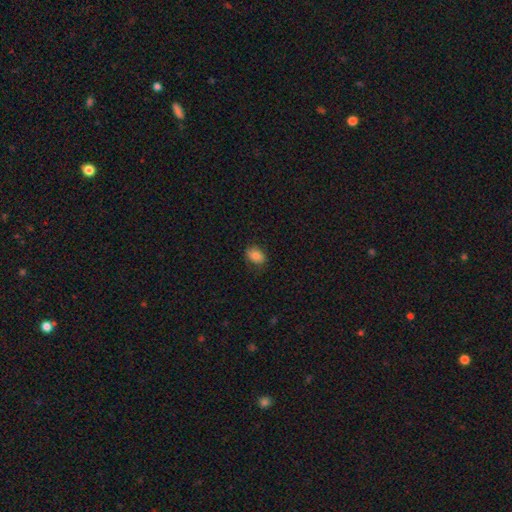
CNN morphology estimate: Smooth or featured?
  - smooth: 81% *
  - featured or disk: 9%
  - star or artifact: 9%
How rounded?
  - in between: 71% *
  - round: 28%
  - cigar-shaped: 1%
Merging?
  - none: 78% *
  - minor disturbance: 17%
  - major disturbance: 4%
  - merger: 1%